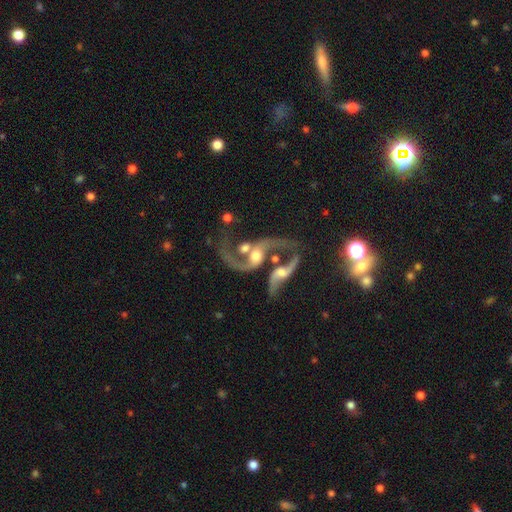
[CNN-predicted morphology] A featured or disk galaxy (80%) with no bar (56%), 2 (82%) loose (76%) spiral arms (87%) and a moderate central bulge (59%). Merging: merger (64%).